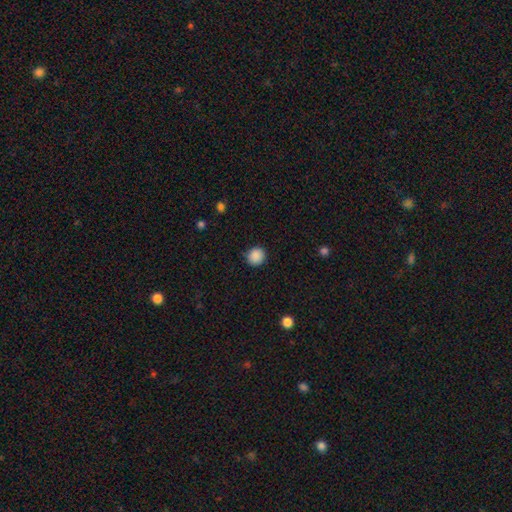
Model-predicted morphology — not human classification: Q: Smooth or featured?
A: smooth (89%); runner-up: star or artifact (9%)
Q: How rounded?
A: round (90%); runner-up: in between (9%)
Q: Merging?
A: none (89%); runner-up: minor disturbance (8%)